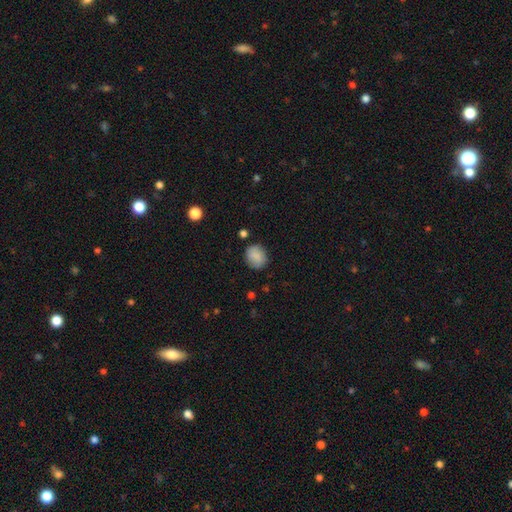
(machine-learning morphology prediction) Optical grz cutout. It shows a smooth galaxy with no disk features (86%) that is round (66%). Merging: none (83%).